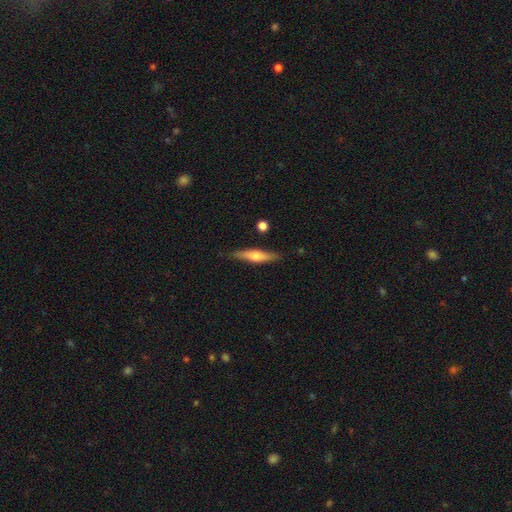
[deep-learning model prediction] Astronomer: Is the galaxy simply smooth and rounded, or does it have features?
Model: smooth — 47%, tied with featured or disk at 47%.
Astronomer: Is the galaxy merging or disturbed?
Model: none — 84%.